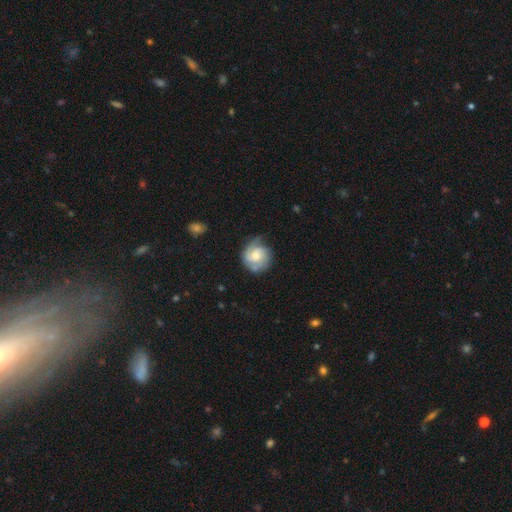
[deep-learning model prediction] This appears to be a featured or disk galaxy (66%) with no bar (69%), 2 (43%) tight (52%) spiral arms (91%) and a moderate central bulge (52%). Merging: none (61%).